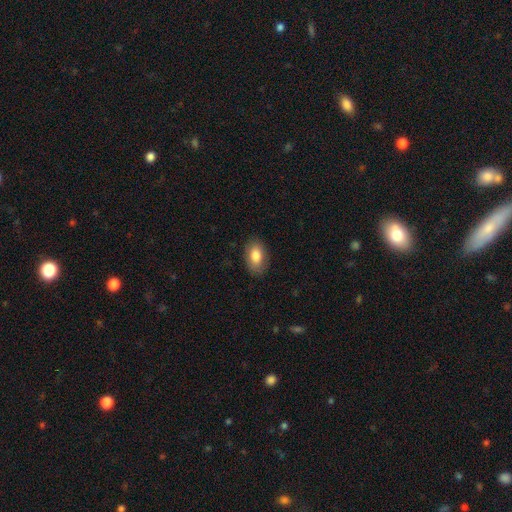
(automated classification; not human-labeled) The model was most divided on "smooth or featured": smooth: 83%, featured or disk: 10%, star or artifact: 7%. More confident: how rounded — in between (90%); merging — none (85%).